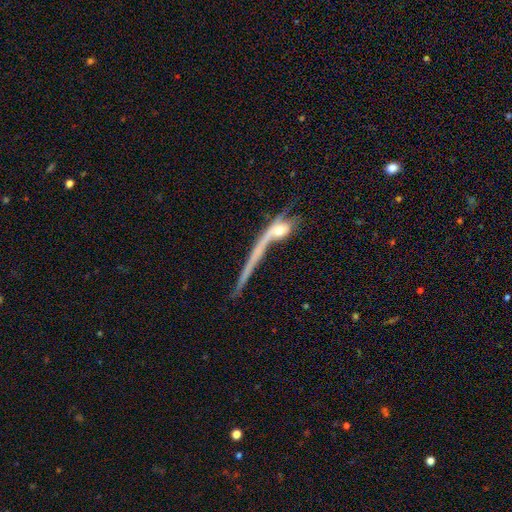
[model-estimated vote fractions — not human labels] Smooth or featured? Predicted: featured or disk (p=0.53). Edge-on disk? Predicted: yes (p=0.70). Merging? Predicted: none (p=0.41).